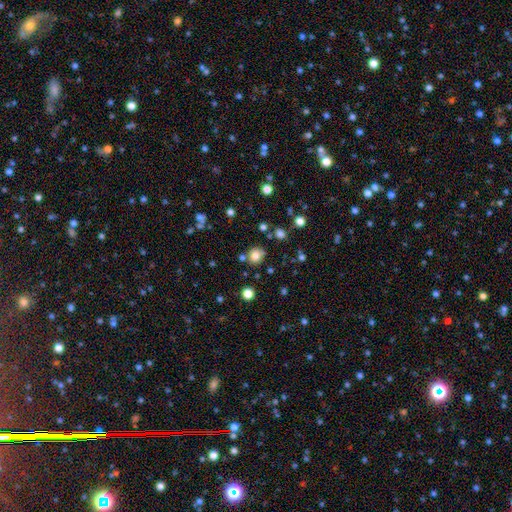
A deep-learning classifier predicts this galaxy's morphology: A smooth galaxy with no disk features (79%) that is round (84%). Merging: none (78%).